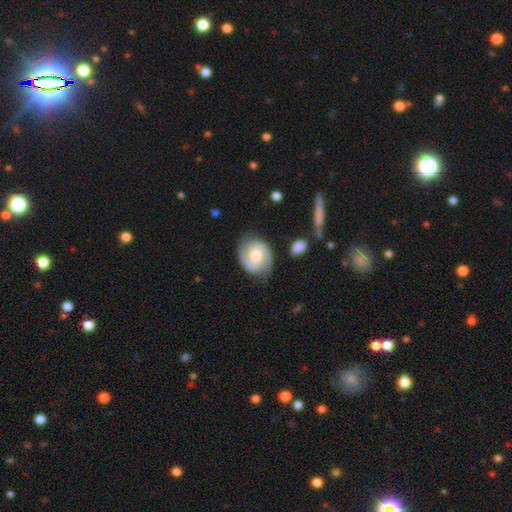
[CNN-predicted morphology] Smooth or featured: featured or disk — 71% (smooth — 23%)
Edge-on disk: no — 97% (yes — 3%)
Bar: no — 53% (weak — 39%)
Spiral arms: yes — 91% (no — 9%)
Spiral winding: medium — 45% (tight — 42%)
Spiral arm count: 2 — 87% (can't tell — 7%)
Bulge size: moderate — 67% (large — 18%)
Merging: none — 76% (minor disturbance — 17%)